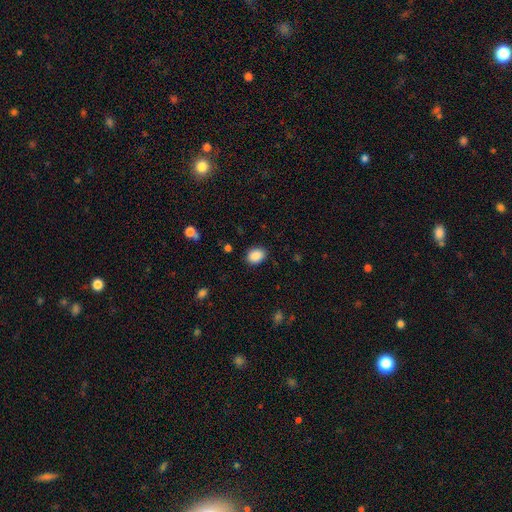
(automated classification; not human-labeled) Morphology: type=smooth (89%); roundness=in between (65%); merging=none (87%).